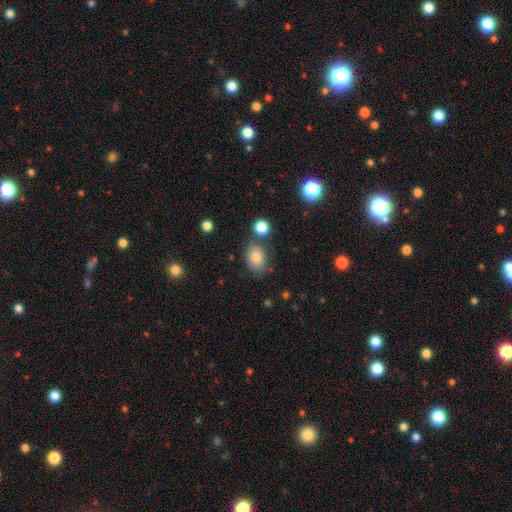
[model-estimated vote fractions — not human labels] Overall: smooth (83%). How rounded: in between (75%). Merging: none (68%).